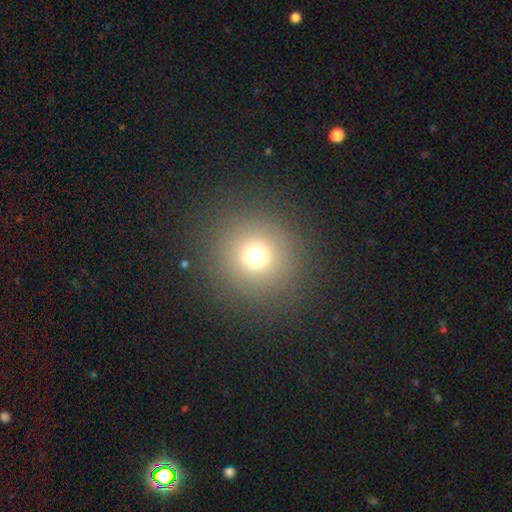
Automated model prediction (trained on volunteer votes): Smooth or featured: smooth — 69% (star or artifact — 23%)
How rounded: round — 95% (in between — 4%)
Merging: none — 88% (minor disturbance — 6%)